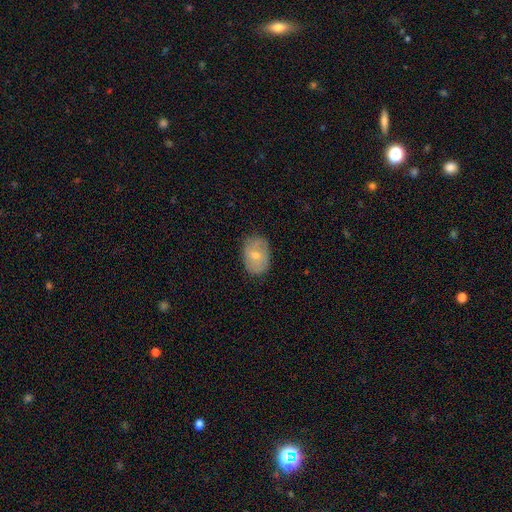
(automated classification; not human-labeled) smooth_or_featured: smooth (p=0.59) [alt: featured or disk p=0.34]
how_rounded: in between (p=0.78) [alt: round p=0.21]
merging: none (p=0.78) [alt: minor disturbance p=0.17]